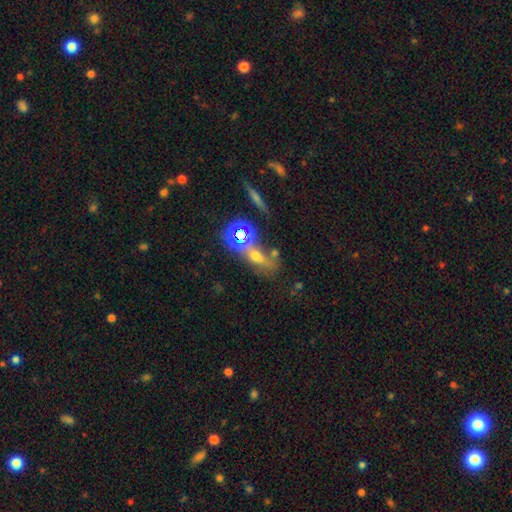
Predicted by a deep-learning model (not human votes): smooth-or-featured: smooth: 44% | star or artifact: 33% | featured or disk: 22%
  merging: none: 41% | merger: 30% | minor disturbance: 15% | major disturbance: 13%